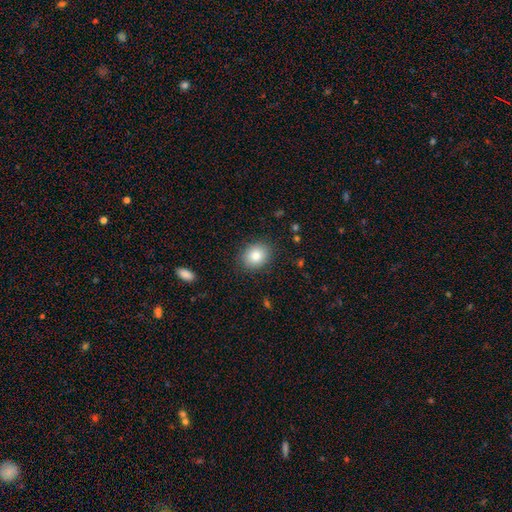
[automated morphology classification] Smooth or featured? Predicted: smooth (p=0.83). How rounded? Predicted: round (p=0.56). Merging? Predicted: none (p=0.87).